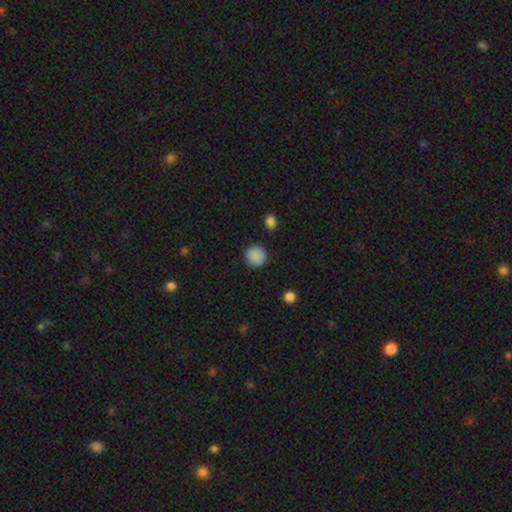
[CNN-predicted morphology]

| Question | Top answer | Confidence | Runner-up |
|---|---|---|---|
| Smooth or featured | smooth | 89% | star or artifact (9%) |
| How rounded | round | 93% | in between (6%) |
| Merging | none | 90% | minor disturbance (6%) |